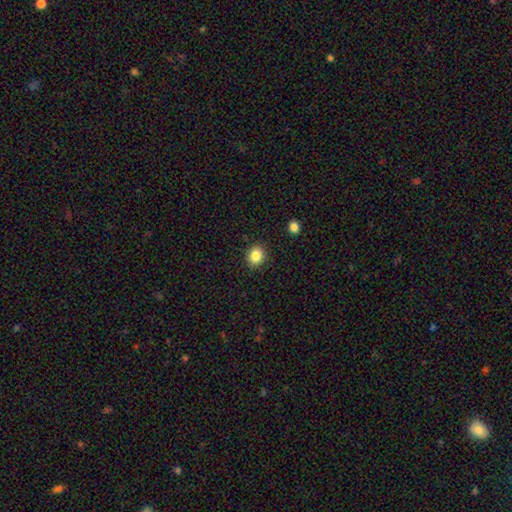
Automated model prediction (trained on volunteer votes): This appears to be a smooth galaxy with no disk features (85%) that is round (65%). Merging: none (89%).